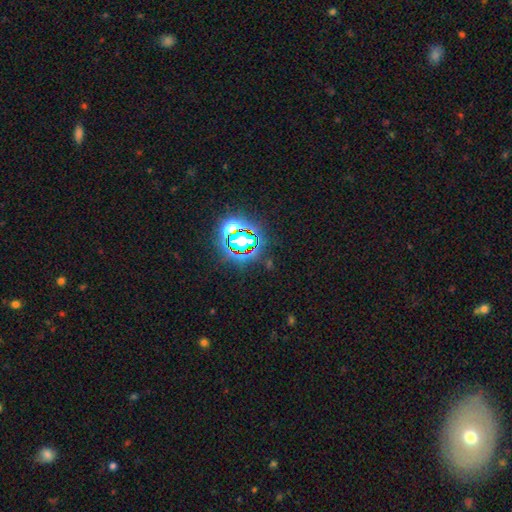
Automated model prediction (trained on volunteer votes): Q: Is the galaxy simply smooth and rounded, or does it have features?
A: star or artifact — 80%.